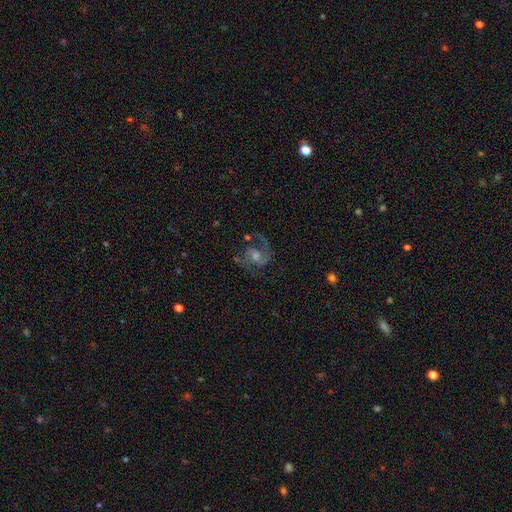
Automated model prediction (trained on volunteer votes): smooth-or-featured: featured or disk: 81% | smooth: 10% | star or artifact: 9%
  disk-edge-on: no: 98% | yes: 2%
    bar: no: 45% | weak: 43% | strong: 13%
    has-spiral-arms: yes: 94% | no: 6%
      spiral-winding: medium: 55% | loose: 26% | tight: 19%
      spiral-arm-count: 2: 76% | 1: 12% | can't tell: 6% | 3: 3% | 4: 1% | more than 4: 1%
    bulge-size: moderate: 52% | small: 33% | large: 9% | none: 5% | dominant: 2%
  merging: none: 64% | major disturbance: 18% | minor disturbance: 15% | merger: 3%